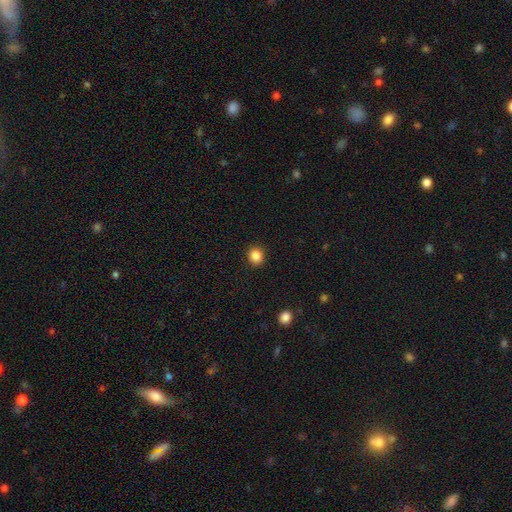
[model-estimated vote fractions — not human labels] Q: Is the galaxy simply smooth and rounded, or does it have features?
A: smooth — 86%.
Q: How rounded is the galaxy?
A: round — 83%.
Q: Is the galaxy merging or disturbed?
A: none — 91%.